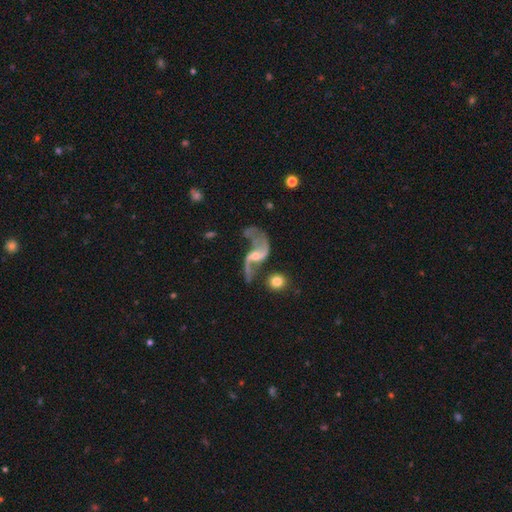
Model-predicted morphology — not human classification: Smooth or featured: featured or disk — 88% (smooth — 7%)
Edge-on disk: no — 97% (yes — 3%)
Bar: no — 42% (weak — 41%)
Spiral arms: yes — 94% (no — 6%)
Spiral winding: loose — 89% (medium — 9%)
Spiral arm count: 2 — 91% (1 — 4%)
Bulge size: small — 50% (moderate — 41%)
Merging: none — 42% (major disturbance — 27%)